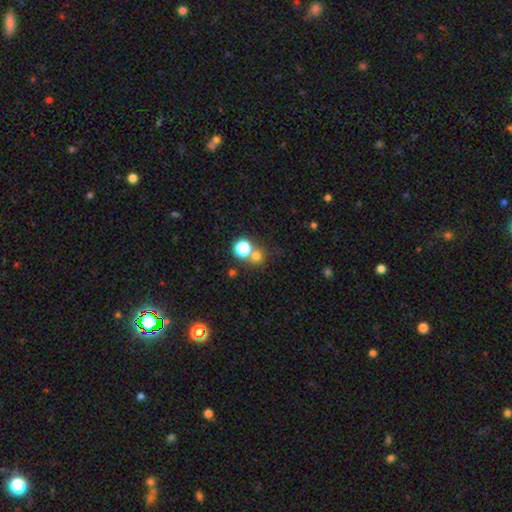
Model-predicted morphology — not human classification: This is likely a smooth galaxy (68%). How rounded: clearly round (88%). Merging: likely none (61%).